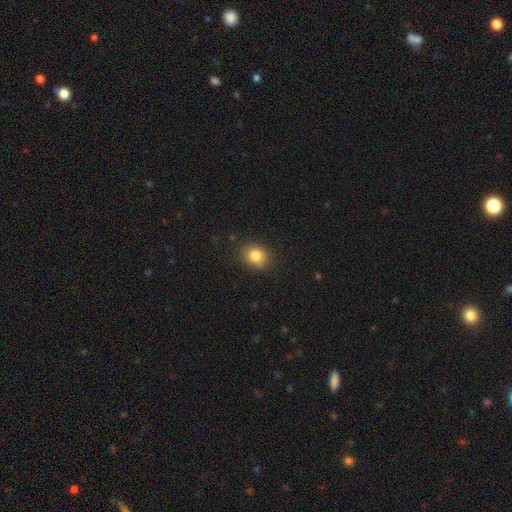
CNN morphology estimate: type=smooth (83%); roundness=round (59%); merging=none (86%).